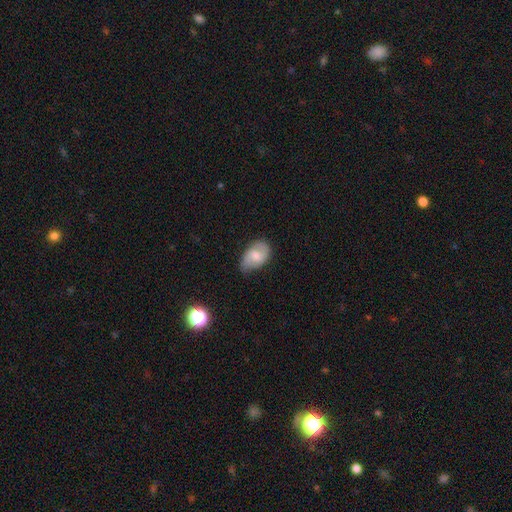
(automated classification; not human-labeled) This appears to be a smooth galaxy with no disk features (49%). Merging: none (62%).